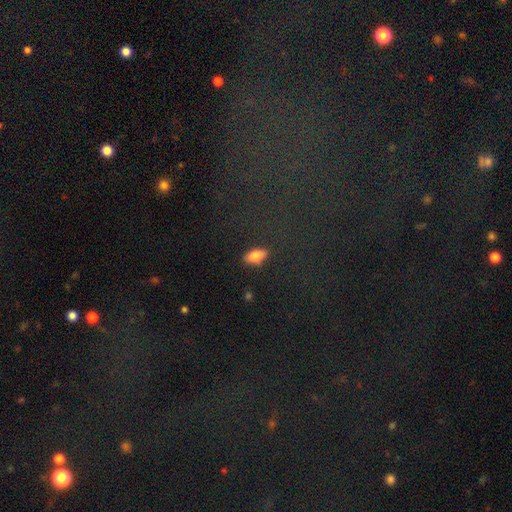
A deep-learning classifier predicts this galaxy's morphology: This appears to be a smooth galaxy with no disk features (76%) that is in between round and cigar-shaped (82%). Merging: none (85%).